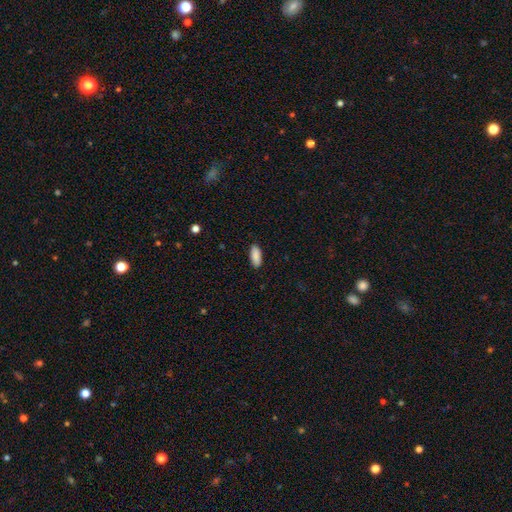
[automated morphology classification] Smooth or featured: smooth — 90% (star or artifact — 6%)
How rounded: in between — 80% (cigar-shaped — 18%)
Merging: none — 89% (minor disturbance — 9%)